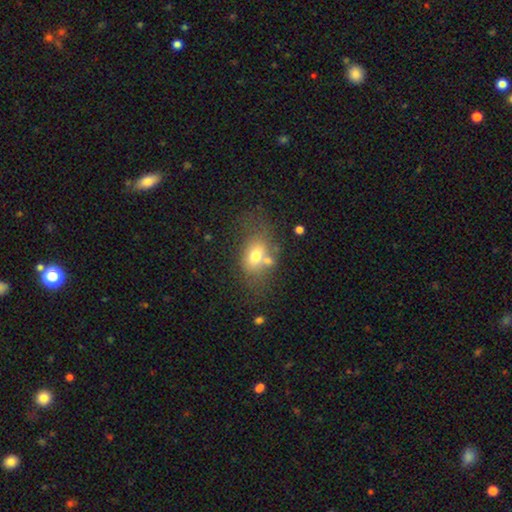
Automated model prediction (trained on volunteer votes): Smooth or featured?
  - smooth: 67% *
  - featured or disk: 22%
  - star or artifact: 11%
How rounded?
  - in between: 74% *
  - round: 24%
  - cigar-shaped: 2%
Merging?
  - none: 44% *
  - merger: 24%
  - minor disturbance: 18%
  - major disturbance: 13%